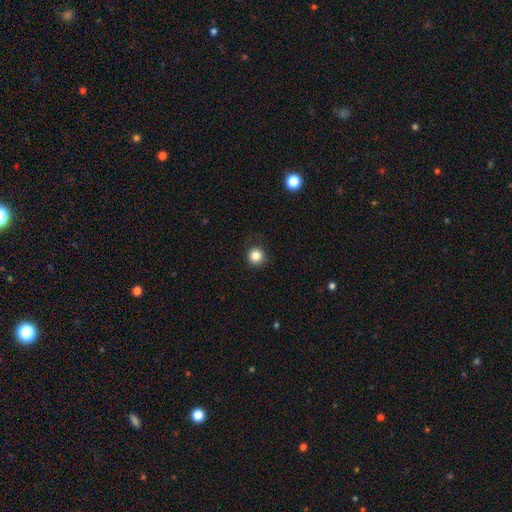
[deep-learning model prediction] smooth 85%, star or artifact 11%, featured or disk 4%. Down the decision tree: how rounded — round (95%); merging — none (91%).